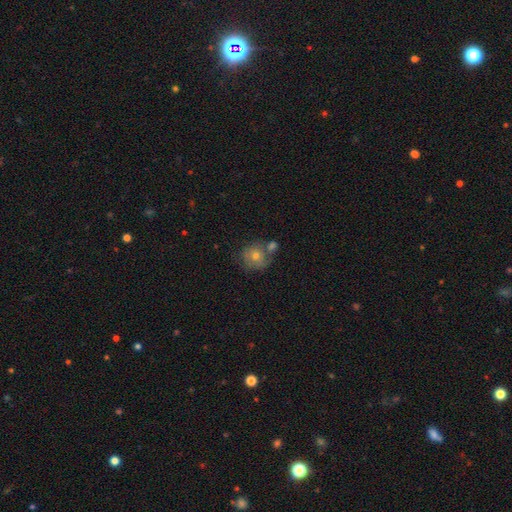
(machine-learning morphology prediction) smooth-or-featured: smooth: 55% | featured or disk: 32% | star or artifact: 13%
  how-rounded: round: 85% | in between: 14% | cigar-shaped: 1%
  merging: none: 58% | merger: 21% | minor disturbance: 15% | major disturbance: 6%